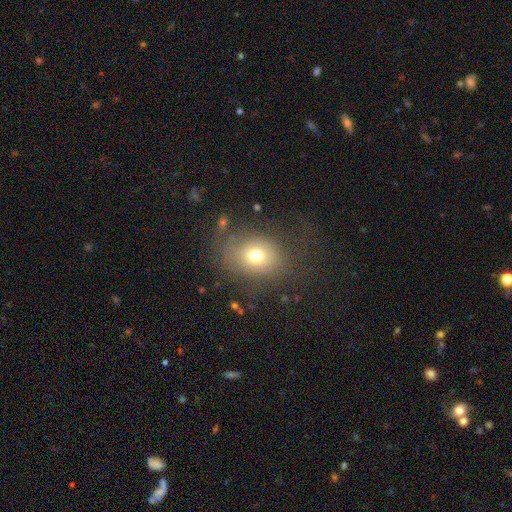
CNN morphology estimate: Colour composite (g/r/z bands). It shows a smooth galaxy with no disk features (70%) that is round (53%). Merging: none (62%).